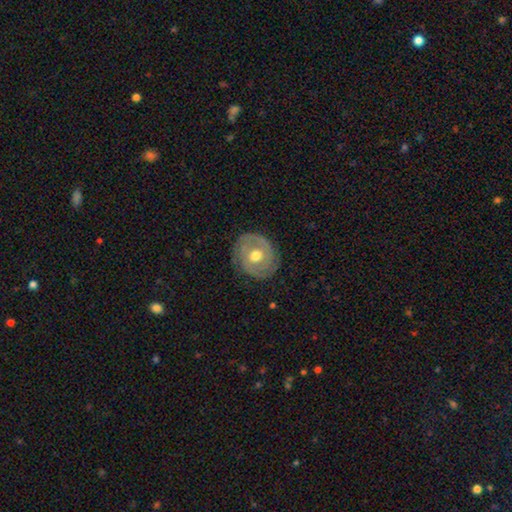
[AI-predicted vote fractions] Overall: featured or disk (70%). Edge-on disk: no (97%). Bar: no (72%). Spiral arms: yes (76%). Spiral arm count: 2 (57%; can't tell 23%). Spiral winding: tight (63%; medium 27%). Bulge size: moderate (80%). Merging: none (80%).